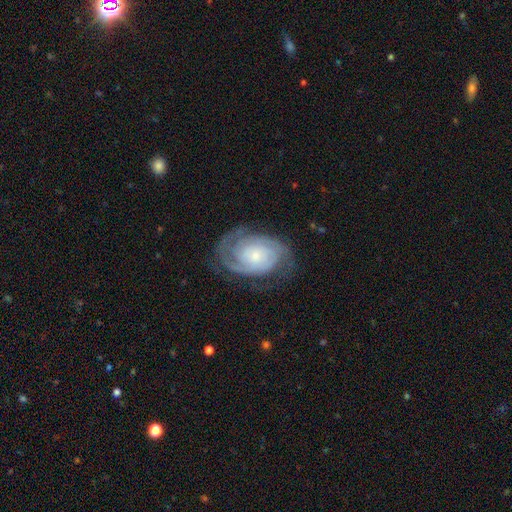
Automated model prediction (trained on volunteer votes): A featured or disk galaxy (83%) with no bar (74%), 2 (50%) tight (65%) spiral arms (95%) and a small central bulge (67%). Merging: none (68%).